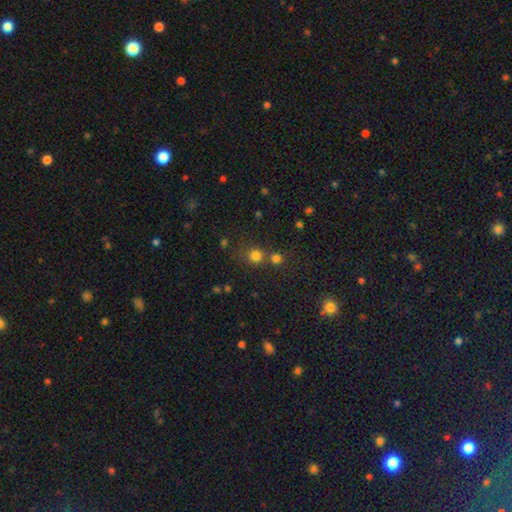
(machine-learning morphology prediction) A smooth galaxy with no disk features (77%) that is round (89%).

Vote fractions:
- Smooth or featured? smooth: 77% / star or artifact: 18% / featured or disk: 6%
- How rounded? round: 89% / in between: 10% / cigar-shaped: 1%
- Merging? none: 61% / merger: 28% / minor disturbance: 8% / major disturbance: 4%